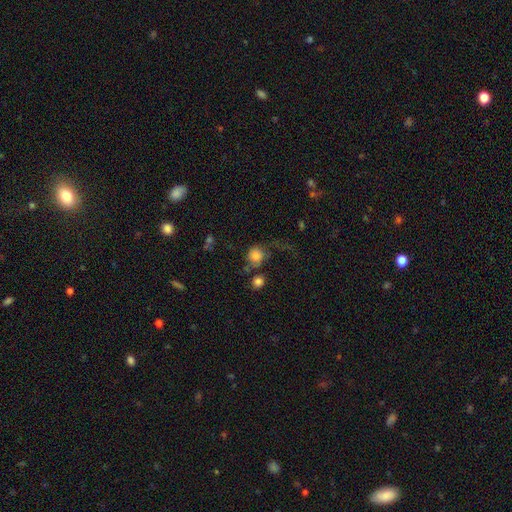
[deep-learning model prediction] Overall: smooth (78%). How rounded: round (85%). Merging: none (42%; major disturbance 23%).